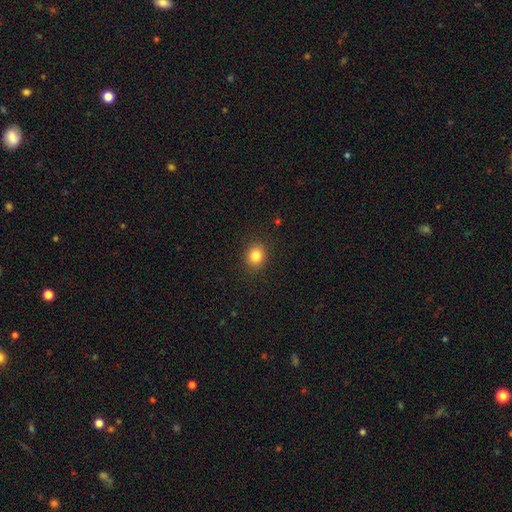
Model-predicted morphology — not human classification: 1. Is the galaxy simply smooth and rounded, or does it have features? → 83% smooth, 11% star or artifact, 6% featured or disk.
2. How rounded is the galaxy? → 73% round, 26% in between, 1% cigar-shaped.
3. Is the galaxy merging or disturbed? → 90% none, 7% minor disturbance, 2% major disturbance, 1% merger.